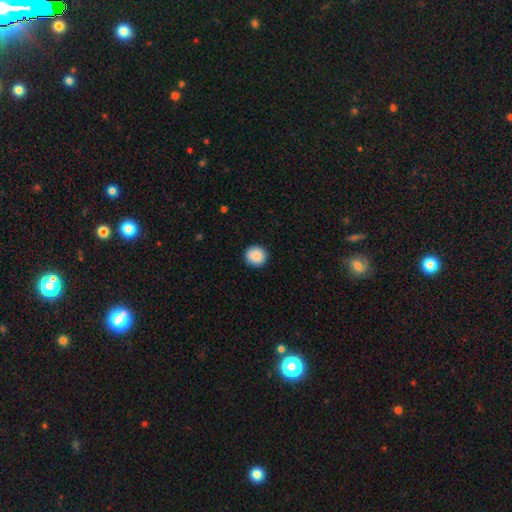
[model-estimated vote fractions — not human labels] This appears to be a smooth galaxy with no disk features (89%) that is round (93%). Merging: none (91%).